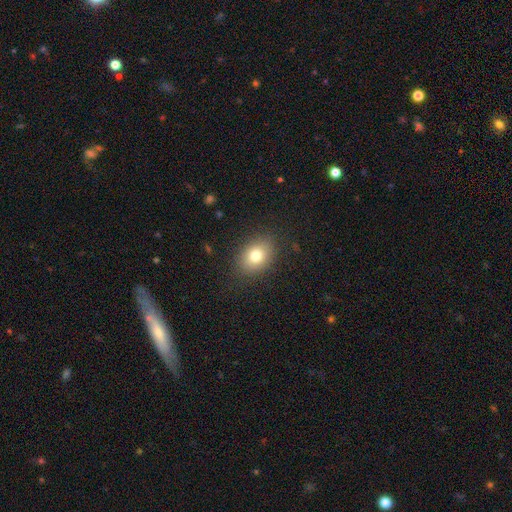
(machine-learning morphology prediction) smooth-or-featured: smooth: 78% | featured or disk: 11% | star or artifact: 10%
  how-rounded: in between: 72% | round: 27% | cigar-shaped: 1%
  merging: none: 85% | minor disturbance: 10% | major disturbance: 4% | merger: 1%